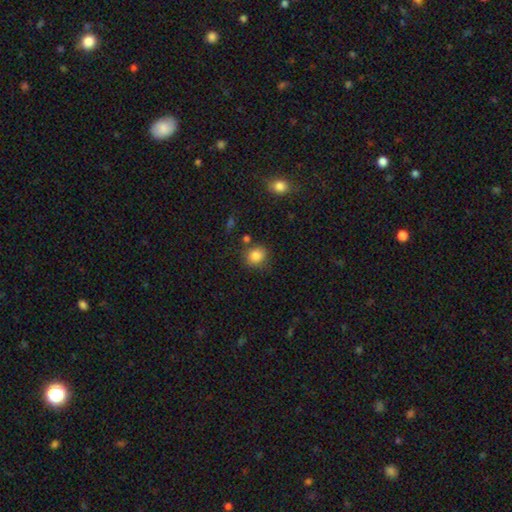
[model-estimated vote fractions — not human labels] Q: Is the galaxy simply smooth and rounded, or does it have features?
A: smooth — 84%.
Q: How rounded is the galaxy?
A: round — 79%.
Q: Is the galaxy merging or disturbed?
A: none — 78%.